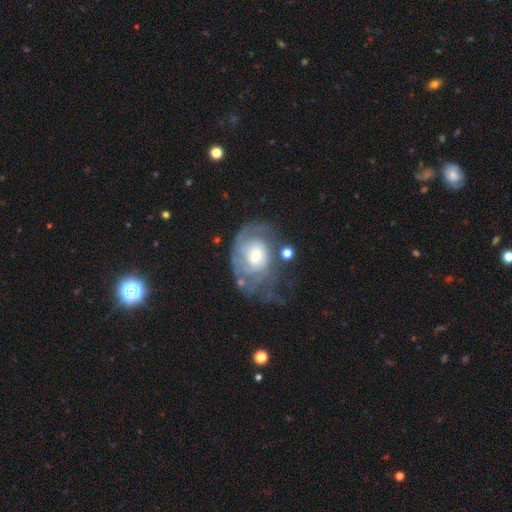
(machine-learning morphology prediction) Smooth or featured?
  - featured or disk: 72% *
  - smooth: 21%
  - star or artifact: 7%
Edge-on disk?
  - no: 96% *
  - yes: 4%
Bar?
  - no: 61% *
  - weak: 33%
  - strong: 6%
Spiral arms?
  - yes: 77% *
  - no: 23%
Spiral winding?
  - tight: 53% *
  - medium: 31%
  - loose: 15%
Spiral arm count?
  - can't tell: 44% *
  - 2: 29%
  - 1: 15%
  - 3: 7%
  - 4: 3%
  - more than 4: 2%
Bulge size?
  - moderate: 48% *
  - small: 43%
  - large: 6%
  - none: 1%
  - dominant: 1%
Merging?
  - none: 38% *
  - major disturbance: 32%
  - minor disturbance: 23%
  - merger: 6%